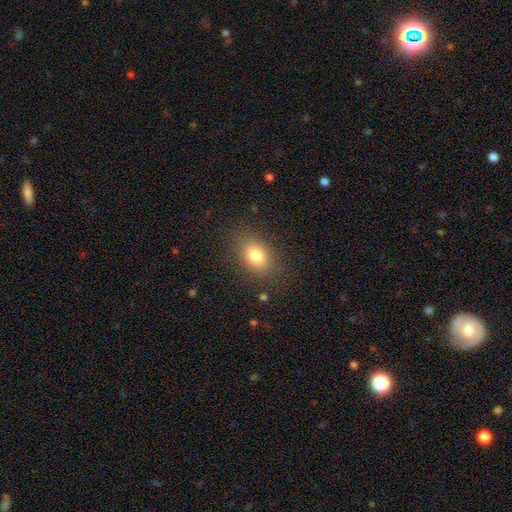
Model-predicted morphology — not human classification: The model was most divided on "how rounded": in between: 76%, round: 22%, cigar-shaped: 2%. More confident: merging — none (83%); smooth or featured — smooth (80%).